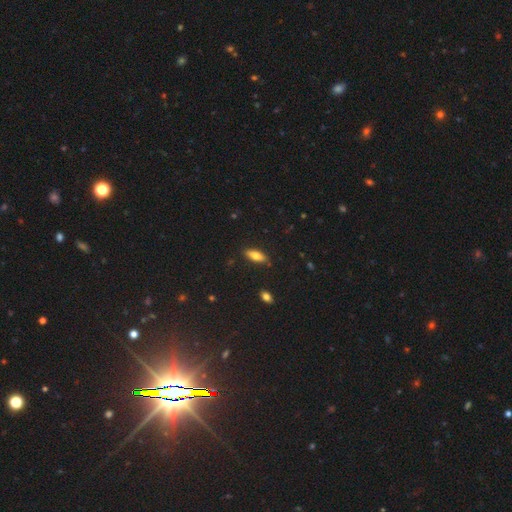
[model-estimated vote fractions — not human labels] Smooth or featured? Predicted: smooth (p=0.71). How rounded? Predicted: in between (p=0.68). Merging? Predicted: none (p=0.86).